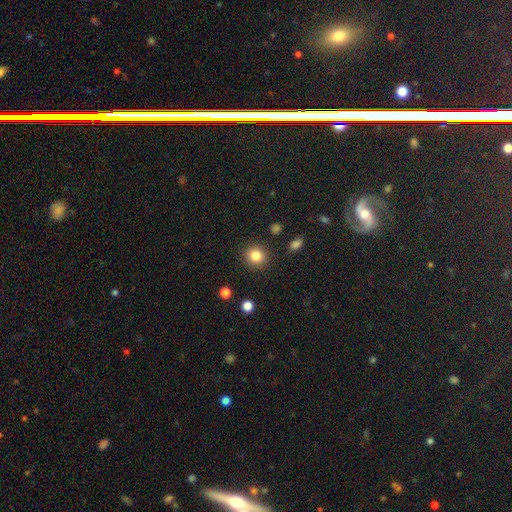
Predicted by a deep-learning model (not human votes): smooth 84%, star or artifact 11%, featured or disk 6%. Down the decision tree: how rounded — round (91%); merging — none (89%).